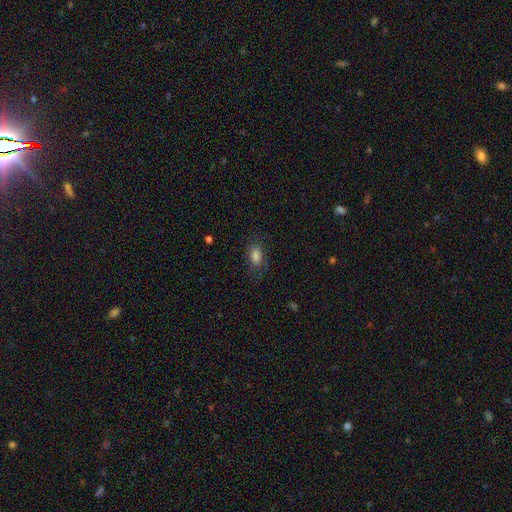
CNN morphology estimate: Smooth or featured?
  - smooth: 76% *
  - star or artifact: 12%
  - featured or disk: 12%
How rounded?
  - in between: 85% *
  - round: 10%
  - cigar-shaped: 5%
Merging?
  - none: 70% *
  - minor disturbance: 19%
  - major disturbance: 10%
  - merger: 1%